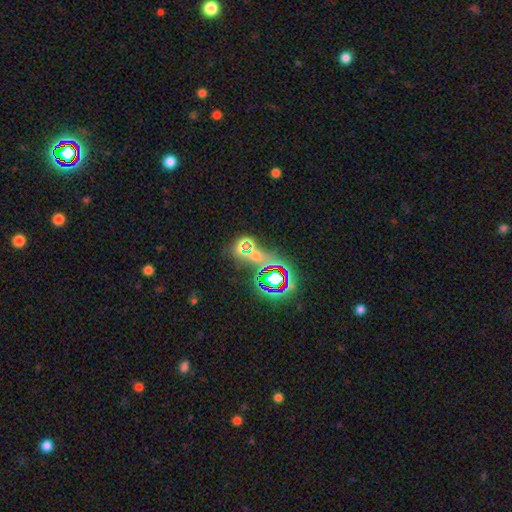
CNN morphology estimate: smooth_or_featured: star or artifact (p=0.61) [alt: smooth p=0.24]